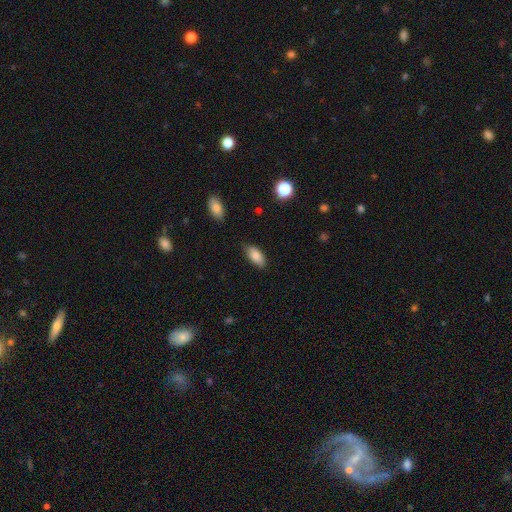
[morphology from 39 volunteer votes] This is clearly a smooth galaxy (85%). How rounded: clearly in between (85%). Merging: likely none (77%).